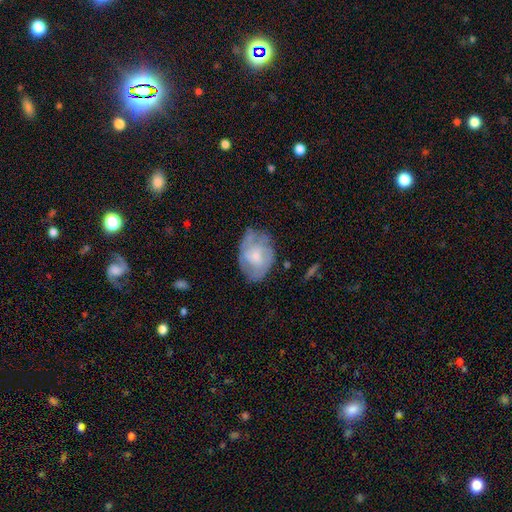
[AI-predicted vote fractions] Q: Smooth or featured?
A: featured or disk (58%); runner-up: smooth (35%)
Q: Edge-on disk?
A: no (97%); runner-up: yes (3%)
Q: Bar?
A: no (65%); runner-up: weak (31%)
Q: Spiral arms?
A: yes (71%); runner-up: no (29%)
Q: Bulge size?
A: small (49%); runner-up: moderate (38%)
Q: Merging?
A: none (61%); runner-up: minor disturbance (27%)